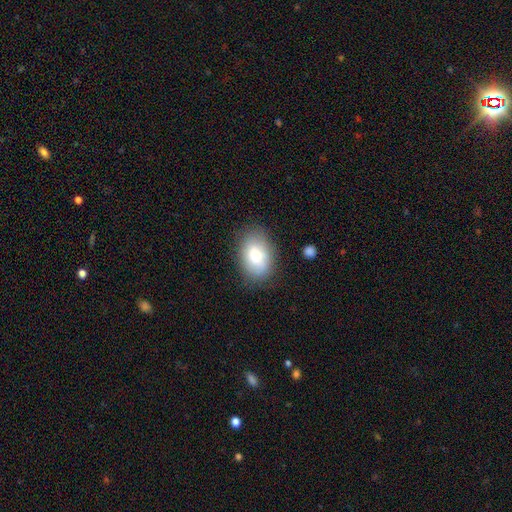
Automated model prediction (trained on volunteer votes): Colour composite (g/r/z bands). It shows a smooth galaxy with no disk features (75%) that is in between round and cigar-shaped (81%). Merging: none (82%).